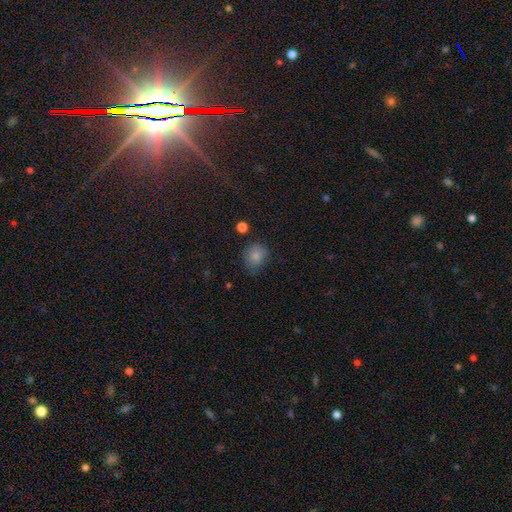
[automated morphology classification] Q: Smooth or featured?
A: smooth (82%); runner-up: star or artifact (11%)
Q: How rounded?
A: round (61%); runner-up: in between (38%)
Q: Merging?
A: none (70%); runner-up: minor disturbance (22%)